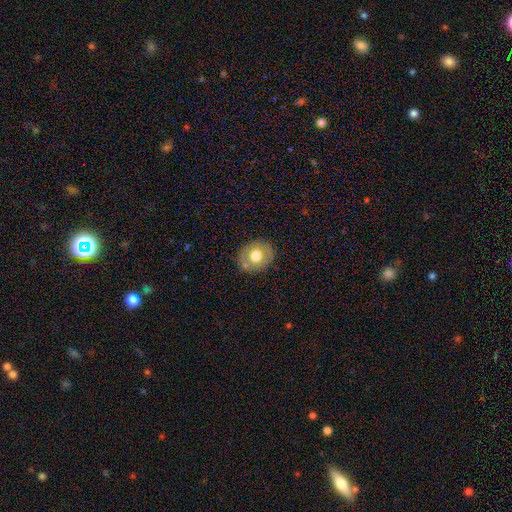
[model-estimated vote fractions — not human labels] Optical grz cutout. It shows a smooth galaxy with no disk features (67%) that is round (68%). Merging: none (80%).